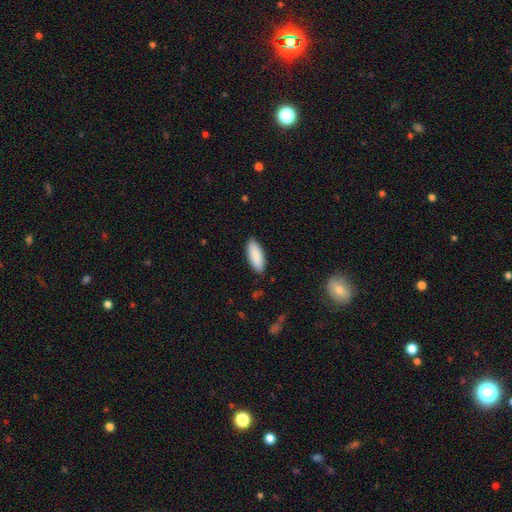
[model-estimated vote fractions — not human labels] smooth_or_featured: smooth (p=0.91) [alt: star or artifact p=0.05]
how_rounded: in between (p=0.77) [alt: cigar-shaped p=0.22]
merging: none (p=0.88) [alt: minor disturbance p=0.09]